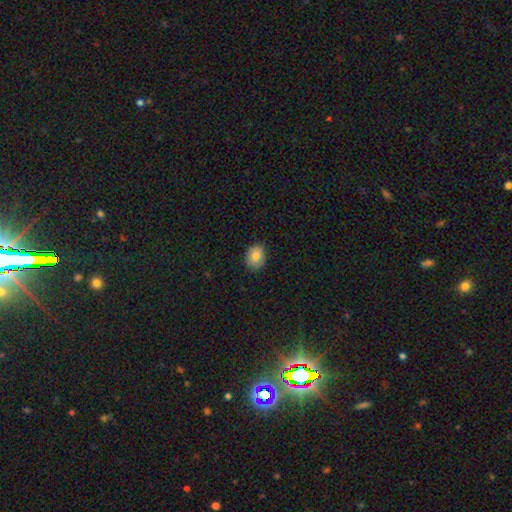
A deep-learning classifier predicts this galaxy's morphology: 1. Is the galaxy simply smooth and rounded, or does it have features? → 80% smooth, 11% featured or disk, 9% star or artifact.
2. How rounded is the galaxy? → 60% round, 39% in between, 1% cigar-shaped.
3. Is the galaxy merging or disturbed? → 84% none, 13% minor disturbance, 2% major disturbance, 1% merger.